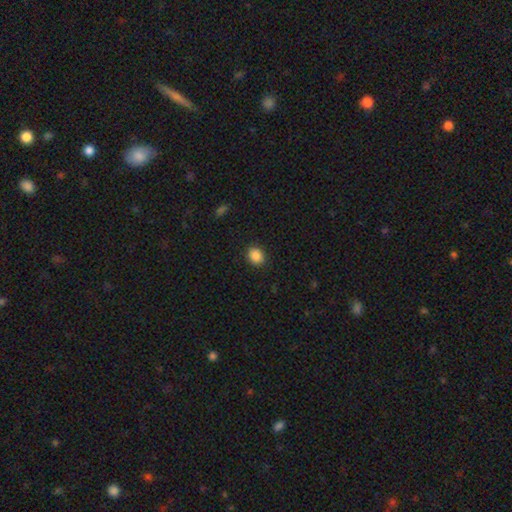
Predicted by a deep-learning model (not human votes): A smooth galaxy with no disk features (87%) that is round (64%).

Vote fractions:
- Smooth or featured? smooth: 87% / star or artifact: 9% / featured or disk: 3%
- How rounded? round: 64% / in between: 35% / cigar-shaped: 1%
- Merging? none: 90% / minor disturbance: 7% / major disturbance: 2% / merger: 1%